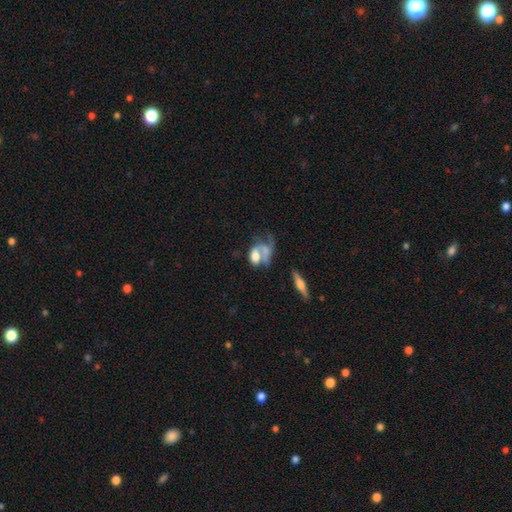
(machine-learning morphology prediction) A smooth galaxy with no disk features (53%) that is in between round and cigar-shaped (81%). Merging: merger (45%).